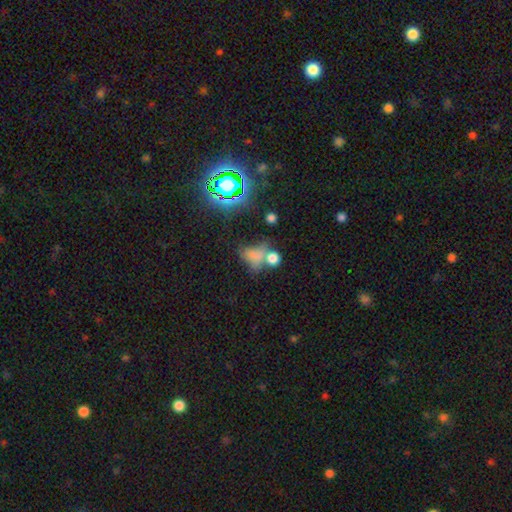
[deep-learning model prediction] Overall: smooth (61%; star or artifact 25%). How rounded: in between (59%; round 37%). Merging: merger (38%; none 30%).